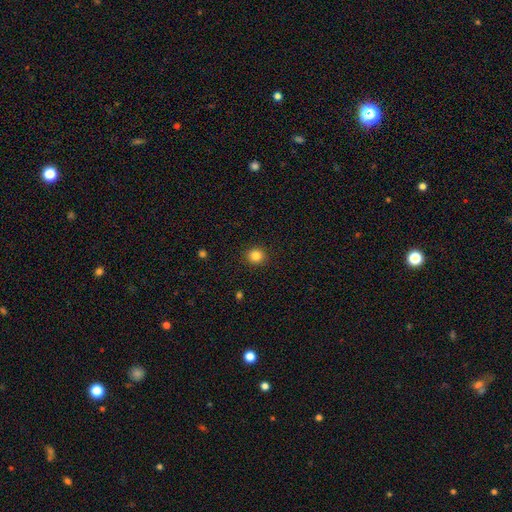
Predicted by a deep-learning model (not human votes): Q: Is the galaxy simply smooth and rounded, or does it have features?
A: smooth — 84%.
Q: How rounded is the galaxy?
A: round — 90%.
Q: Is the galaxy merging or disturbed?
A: none — 92%.